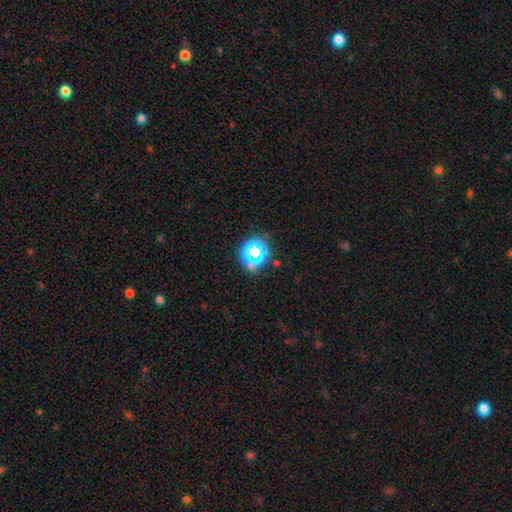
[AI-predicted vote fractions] star or artifact 51%, smooth 37%, featured or disk 12%.